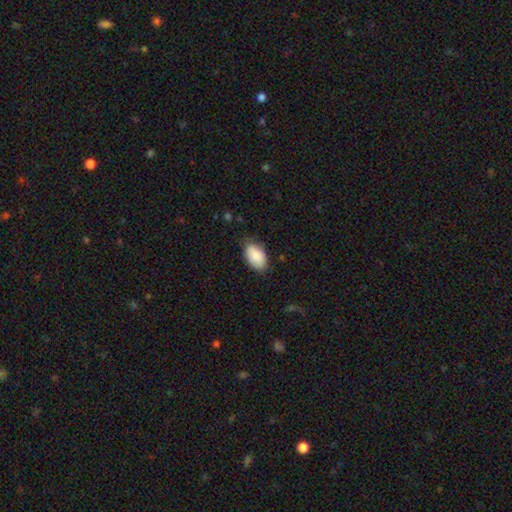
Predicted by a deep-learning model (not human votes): Overall: smooth (84%). How rounded: in between (93%). Merging: none (77%).